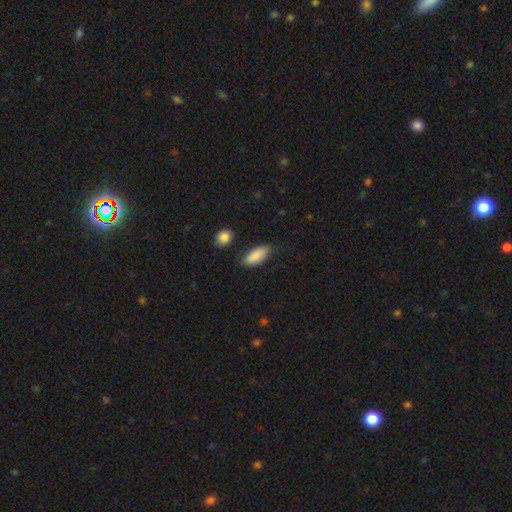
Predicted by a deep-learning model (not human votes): smooth_or_featured: smooth (p=0.88) [alt: star or artifact p=0.06]
how_rounded: in between (p=0.86) [alt: cigar-shaped p=0.12]
merging: none (p=0.75) [alt: minor disturbance p=0.18]